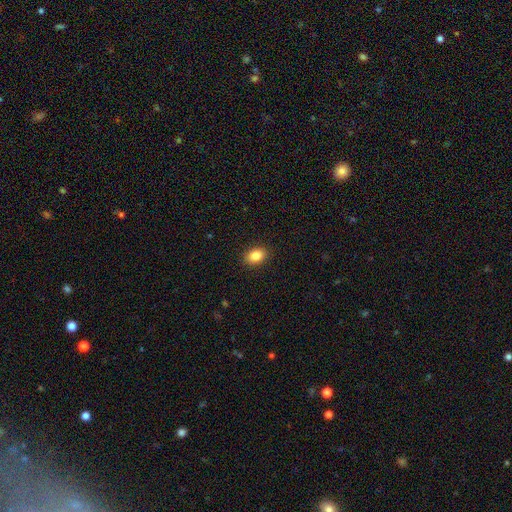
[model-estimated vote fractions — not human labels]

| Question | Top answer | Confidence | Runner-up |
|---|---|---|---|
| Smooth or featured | smooth | 85% | star or artifact (9%) |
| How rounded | in between | 77% | round (22%) |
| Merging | none | 90% | minor disturbance (7%) |